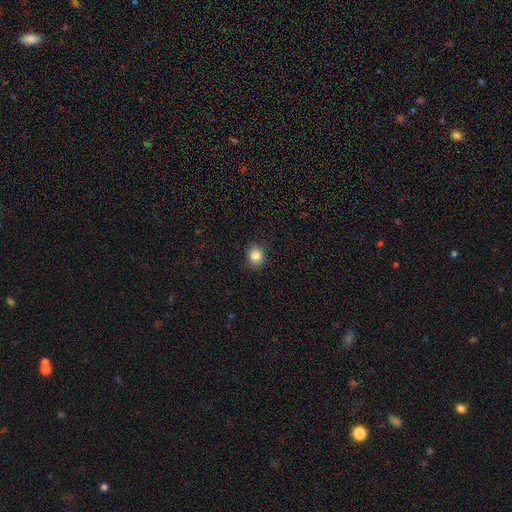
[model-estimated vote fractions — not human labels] Morphology: type=smooth (85%); roundness=round (79%); merging=none (90%).